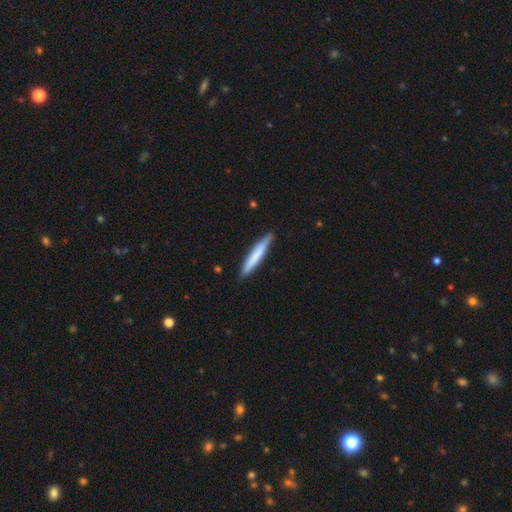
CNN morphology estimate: This is likely a smooth galaxy (71%). How rounded: clearly cigar-shaped (94%). Merging: clearly none (88%).